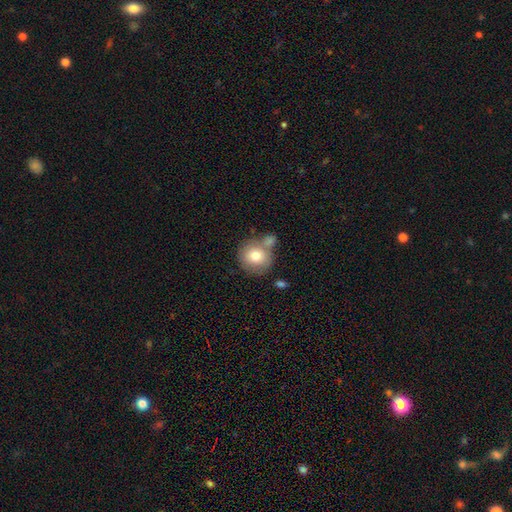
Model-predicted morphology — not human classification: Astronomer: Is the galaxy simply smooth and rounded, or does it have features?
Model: smooth — 77%.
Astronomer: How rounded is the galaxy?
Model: round — 87%.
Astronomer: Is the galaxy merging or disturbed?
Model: none — 55%.